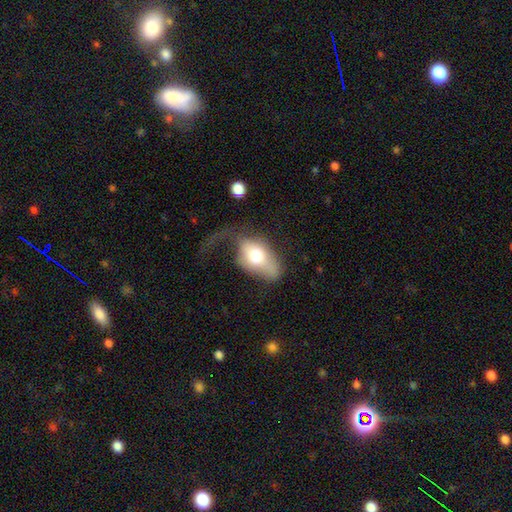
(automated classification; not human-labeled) Smooth or featured?
  - smooth: 64% *
  - featured or disk: 28%
  - star or artifact: 8%
How rounded?
  - in between: 84% *
  - round: 13%
  - cigar-shaped: 3%
Merging?
  - major disturbance: 53% *
  - minor disturbance: 23%
  - none: 19%
  - merger: 6%